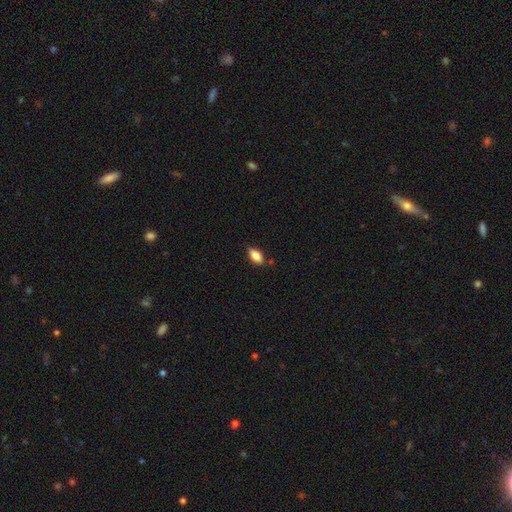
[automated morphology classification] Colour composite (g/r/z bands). It shows a smooth galaxy with no disk features (83%) that is in between round and cigar-shaped (89%). Merging: none (80%).